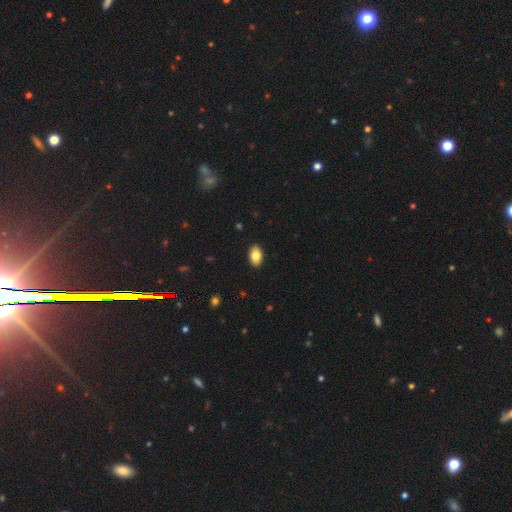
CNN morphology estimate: The model was most divided on "smooth or featured": smooth: 82%, featured or disk: 11%, star or artifact: 7%. More confident: how rounded — in between (92%); merging — none (90%).